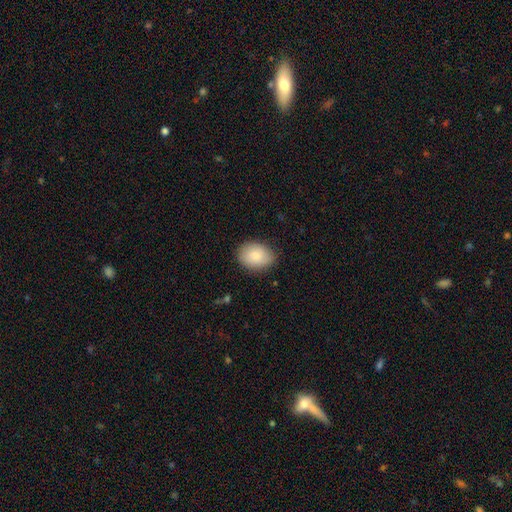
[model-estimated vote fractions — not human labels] A smooth galaxy with no disk features (85%) that is in between round and cigar-shaped (73%).

Vote fractions:
- Smooth or featured? smooth: 85% / featured or disk: 8% / star or artifact: 7%
- How rounded? in between: 73% / round: 26% / cigar-shaped: 1%
- Merging? none: 83% / minor disturbance: 13% / major disturbance: 3% / merger: 1%